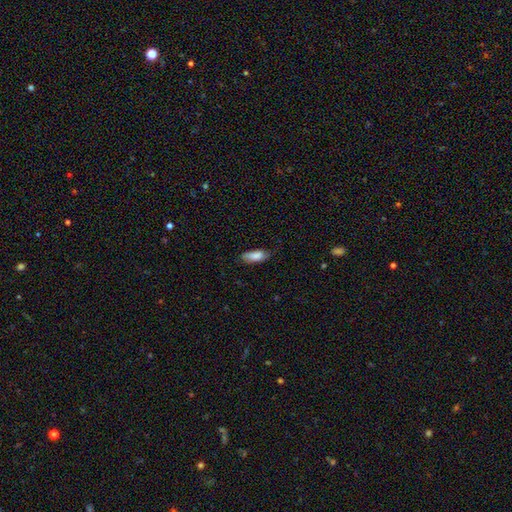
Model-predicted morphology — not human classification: smooth_or_featured: smooth (p=0.85) [alt: featured or disk p=0.08]
how_rounded: in between (p=0.73) [alt: cigar-shaped p=0.25]
merging: none (p=0.66) [alt: minor disturbance p=0.27]